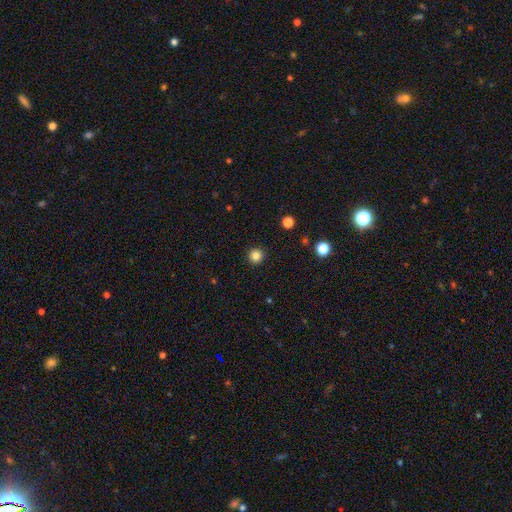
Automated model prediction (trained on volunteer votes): The model was most divided on "smooth or featured": smooth: 84%, star or artifact: 12%, featured or disk: 4%. More confident: how rounded — round (96%); merging — none (93%).